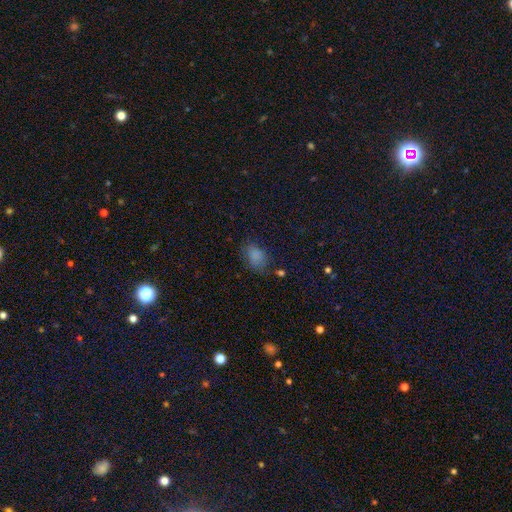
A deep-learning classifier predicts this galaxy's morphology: type=smooth (81%); roundness=in between (77%); merging=none (65%).